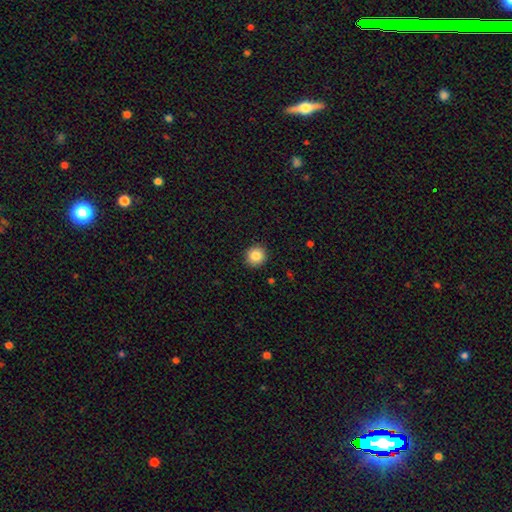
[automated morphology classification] This is clearly a smooth galaxy (85%). How rounded: clearly round (93%). Merging: clearly none (92%).